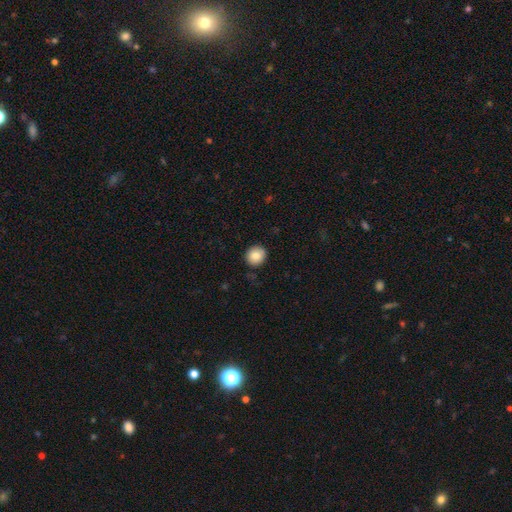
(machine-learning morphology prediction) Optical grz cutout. It shows a smooth galaxy with no disk features (84%) that is round (89%). Merging: none (89%).